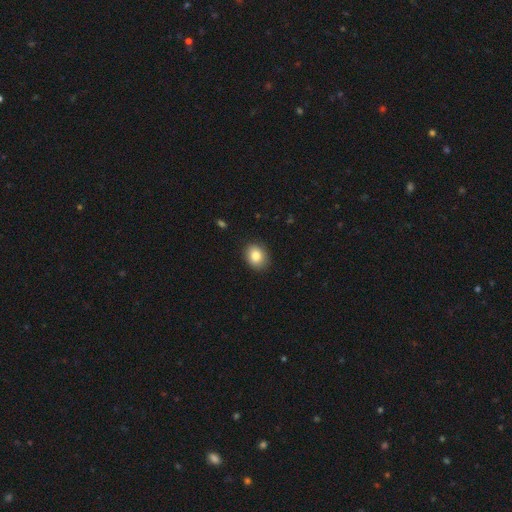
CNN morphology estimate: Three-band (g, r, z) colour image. It shows a smooth galaxy with no disk features (83%) that is in between round and cigar-shaped (52%). Merging: none (88%).